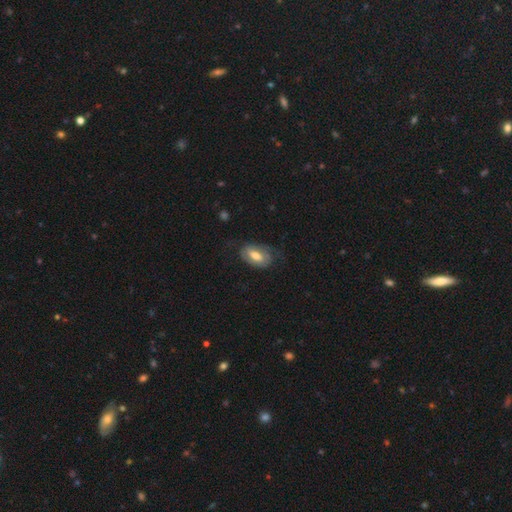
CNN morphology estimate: Smooth or featured?
  - smooth: 49% *
  - featured or disk: 44%
  - star or artifact: 7%
Merging?
  - none: 60% *
  - minor disturbance: 24%
  - major disturbance: 15%
  - merger: 1%